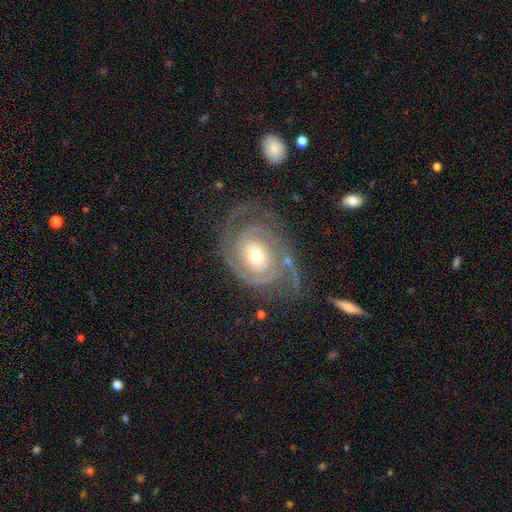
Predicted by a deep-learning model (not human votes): This appears to be a featured or disk galaxy (90%) with no bar (71%), 2 (59%) tight (72%) spiral arms (98%) and a moderate central bulge (65%). Merging: none (72%).